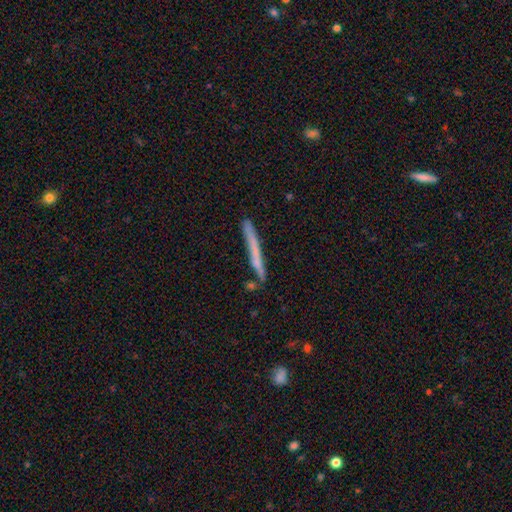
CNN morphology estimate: Smooth or featured? smooth (48%)
Merging? none (84%)